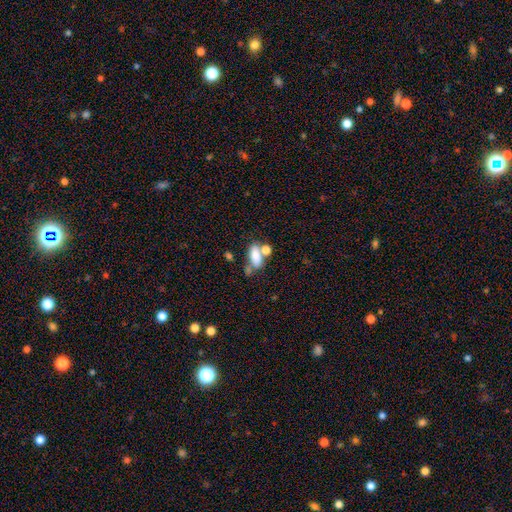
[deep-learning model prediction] Morphology: type=smooth (76%); roundness=in between (83%); merging=merger (42%).